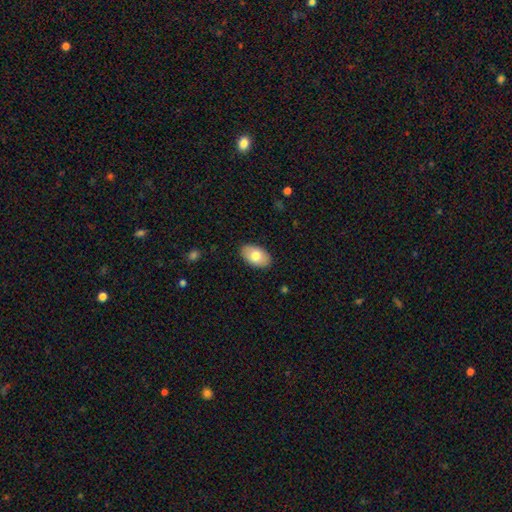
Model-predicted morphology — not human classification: Smooth or featured? Predicted: smooth (p=0.77). How rounded? Predicted: in between (p=0.94). Merging? Predicted: none (p=0.88).